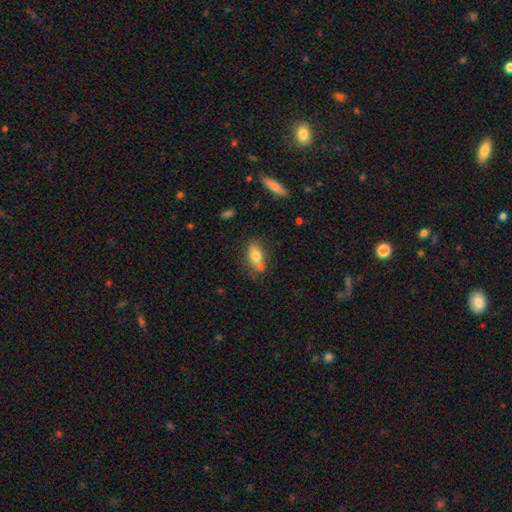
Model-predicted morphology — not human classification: Overall: smooth (75%). How rounded: in between (84%). Merging: none (62%).